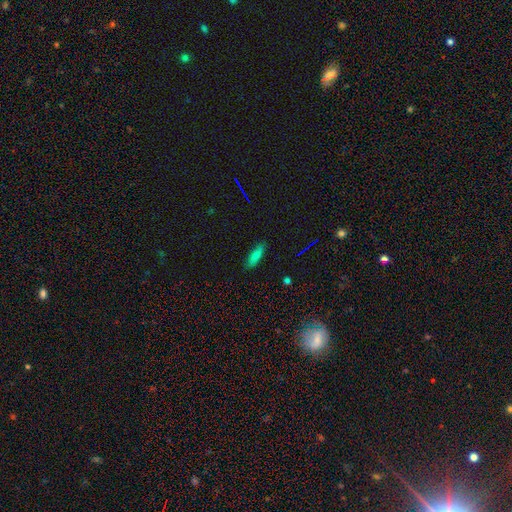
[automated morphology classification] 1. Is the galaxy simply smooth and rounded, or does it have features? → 76% smooth, 12% star or artifact, 12% featured or disk.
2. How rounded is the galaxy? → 51% in between, 46% cigar-shaped, 3% round.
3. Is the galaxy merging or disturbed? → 84% none, 13% minor disturbance, 2% major disturbance, 1% merger.